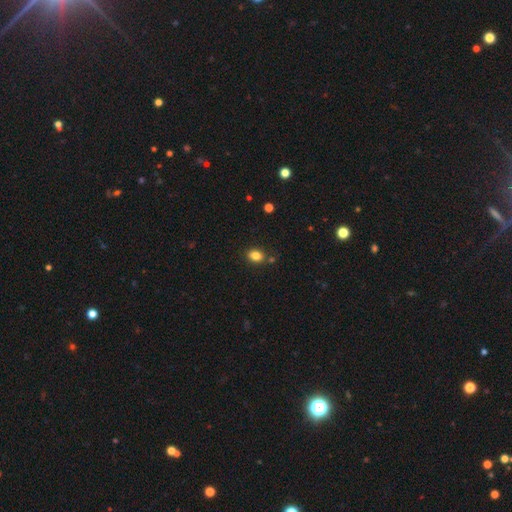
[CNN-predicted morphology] type=smooth (84%); roundness=in between (68%); merging=none (81%).